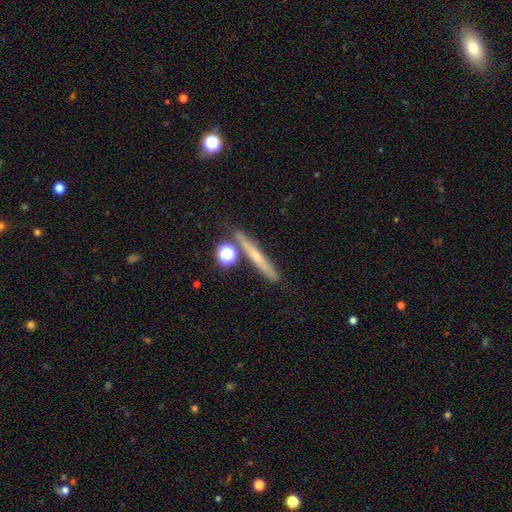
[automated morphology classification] smooth-or-featured: featured or disk: 49% | smooth: 39% | star or artifact: 12%
  merging: none: 76% | minor disturbance: 12% | merger: 8% | major disturbance: 4%